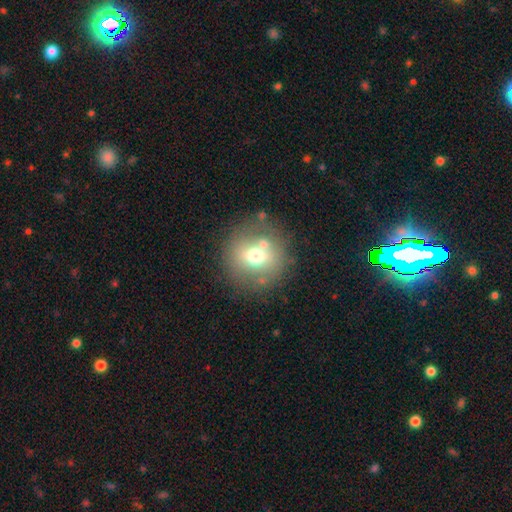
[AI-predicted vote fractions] This is possibly a smooth galaxy (59%). How rounded: clearly round (90%). Merging: likely none (74%).